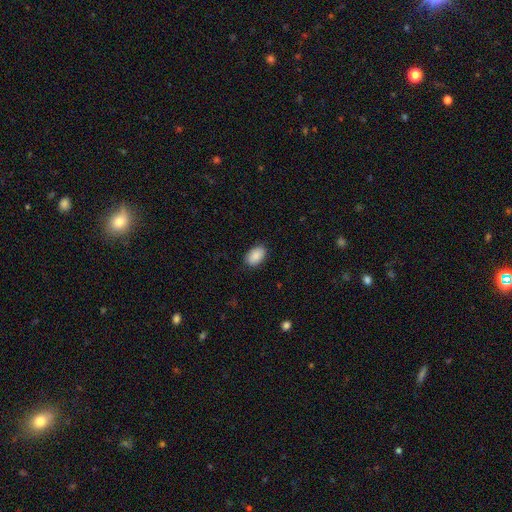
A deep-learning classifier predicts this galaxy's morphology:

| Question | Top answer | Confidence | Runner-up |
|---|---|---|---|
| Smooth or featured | smooth | 90% | star or artifact (7%) |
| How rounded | in between | 91% | round (7%) |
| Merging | none | 86% | minor disturbance (11%) |